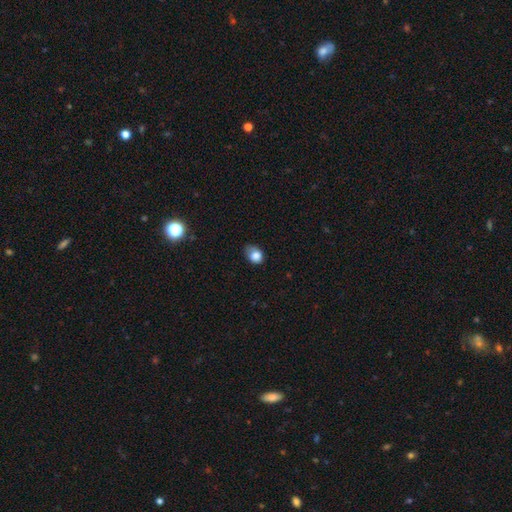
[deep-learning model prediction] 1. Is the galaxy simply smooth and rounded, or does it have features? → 82% smooth, 10% star or artifact, 9% featured or disk.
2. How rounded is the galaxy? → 57% in between, 42% round, 1% cigar-shaped.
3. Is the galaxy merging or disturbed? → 42% none, 41% minor disturbance, 15% major disturbance, 2% merger.